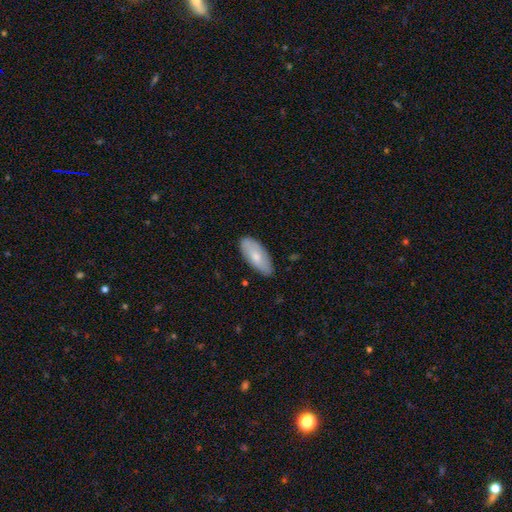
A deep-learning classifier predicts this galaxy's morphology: A smooth galaxy with no disk features (73%) that is in between round and cigar-shaped (85%). Merging: none (84%).